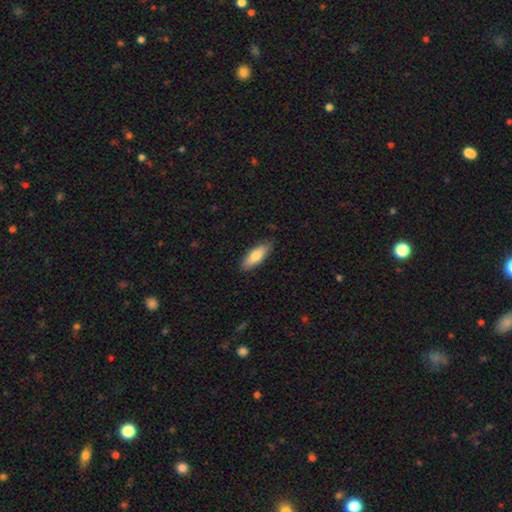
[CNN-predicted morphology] Smooth or featured: smooth — 77% (featured or disk — 17%)
How rounded: in between — 64% (cigar-shaped — 34%)
Merging: none — 86% (minor disturbance — 11%)